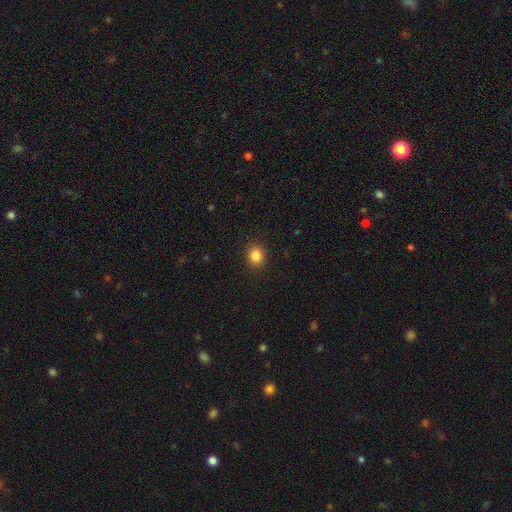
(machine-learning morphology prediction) smooth 85%, star or artifact 11%, featured or disk 5%. Down the decision tree: how rounded — round (72%); merging — none (91%).